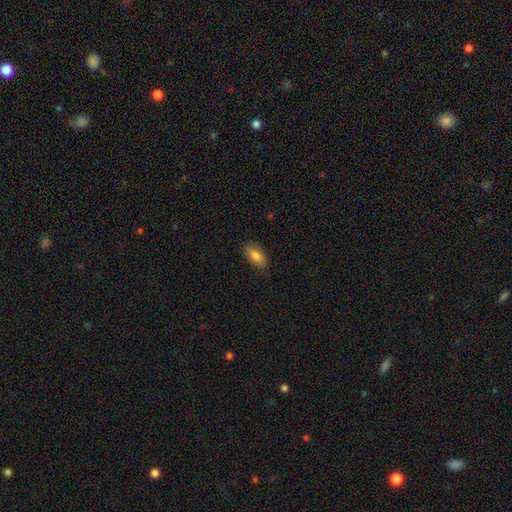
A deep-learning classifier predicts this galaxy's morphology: Smooth or featured? smooth (82%)
How rounded? in between (88%)
Merging? none (82%)